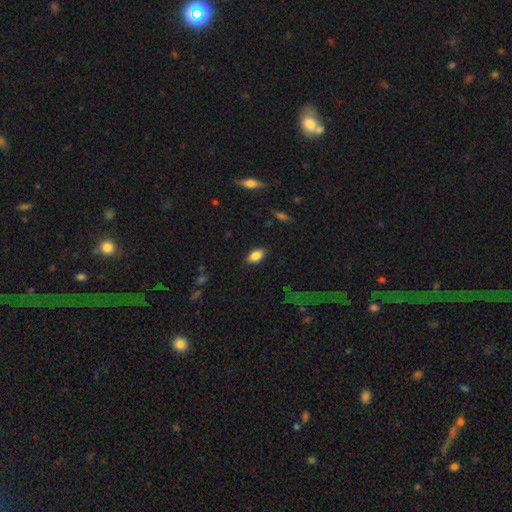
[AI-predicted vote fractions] Q: Smooth or featured?
A: smooth (85%); runner-up: star or artifact (8%)
Q: How rounded?
A: in between (91%); runner-up: round (5%)
Q: Merging?
A: none (86%); runner-up: minor disturbance (10%)